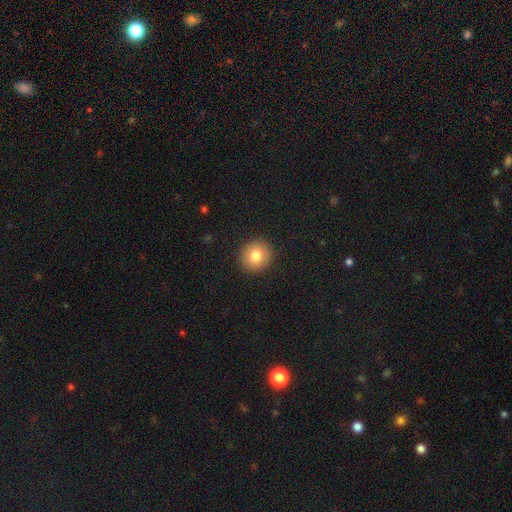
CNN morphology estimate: Smooth or featured?
  - smooth: 80% *
  - featured or disk: 11%
  - star or artifact: 9%
How rounded?
  - round: 89% *
  - in between: 11%
  - cigar-shaped: 1%
Merging?
  - none: 91% *
  - minor disturbance: 6%
  - major disturbance: 2%
  - merger: 1%